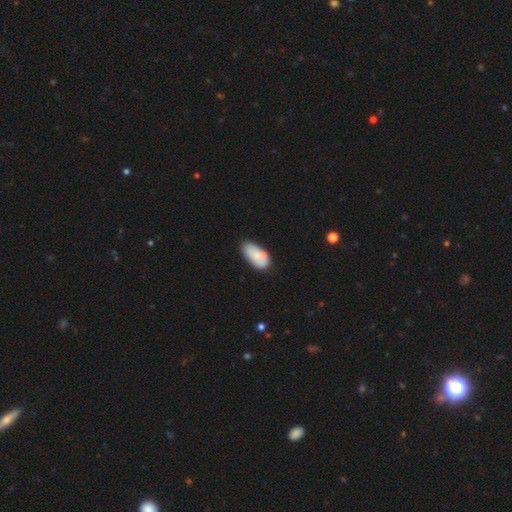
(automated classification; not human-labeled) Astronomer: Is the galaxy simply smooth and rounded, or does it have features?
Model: smooth — 76%.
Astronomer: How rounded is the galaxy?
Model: in between — 93%.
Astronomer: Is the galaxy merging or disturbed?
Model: none — 64%.